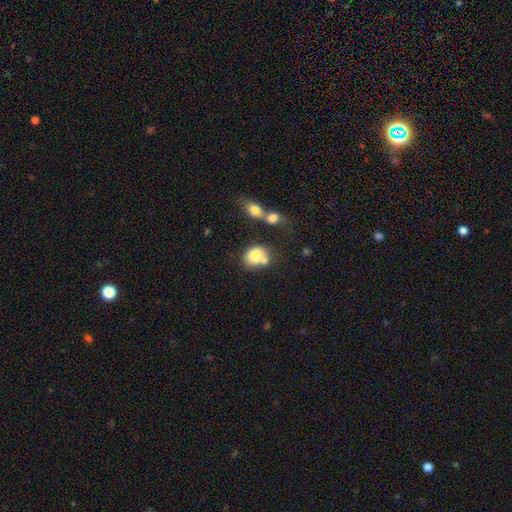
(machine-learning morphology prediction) The model was most divided on "how rounded" (2-way tie): round: 49%, in between: 49%, cigar-shaped: 1%. Remaining: smooth or featured — smooth (72%); merging — merger (47%).